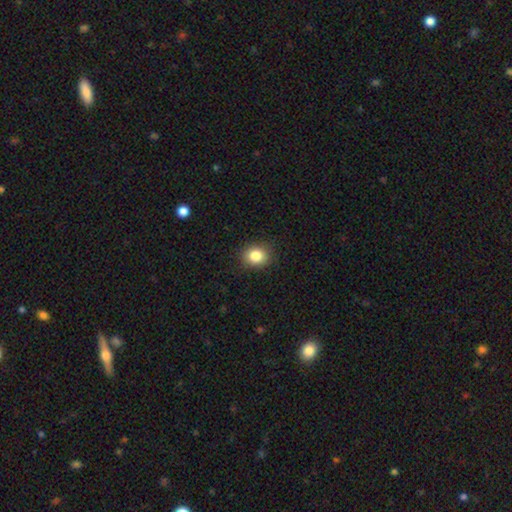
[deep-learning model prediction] Q: Smooth or featured?
A: smooth (84%); runner-up: star or artifact (10%)
Q: How rounded?
A: round (67%); runner-up: in between (32%)
Q: Merging?
A: none (88%); runner-up: minor disturbance (9%)